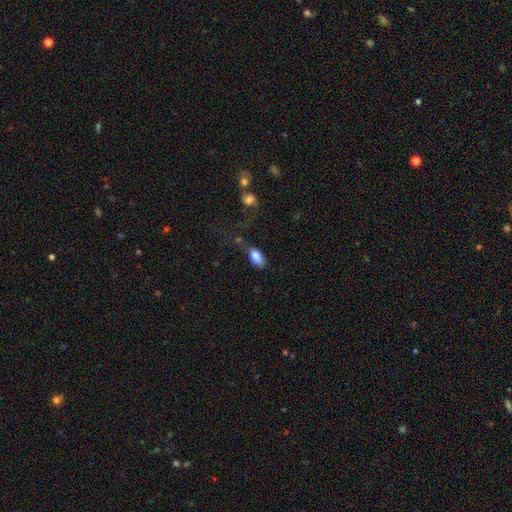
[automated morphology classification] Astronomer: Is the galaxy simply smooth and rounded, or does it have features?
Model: smooth — 82%.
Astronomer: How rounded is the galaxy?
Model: in between — 91%.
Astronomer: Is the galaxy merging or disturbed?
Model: none — 48% (runner-up: minor disturbance, 24%).